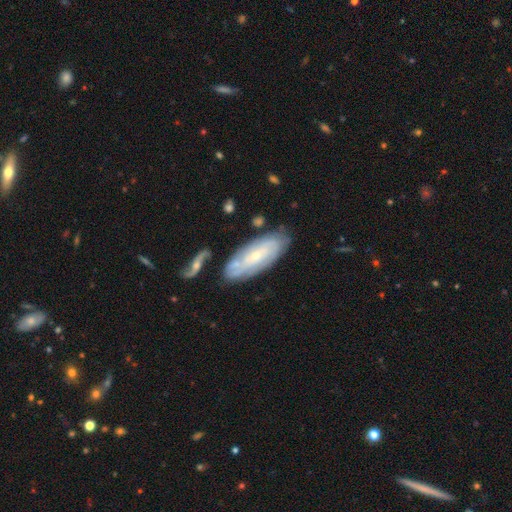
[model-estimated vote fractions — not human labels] Q: Smooth or featured?
A: featured or disk (65%); runner-up: smooth (29%)
Q: Edge-on disk?
A: no (85%); runner-up: yes (15%)
Q: Bar?
A: no (68%); runner-up: weak (24%)
Q: Spiral arms?
A: yes (77%); runner-up: no (23%)
Q: Bulge size?
A: small (75%); runner-up: moderate (21%)
Q: Merging?
A: none (72%); runner-up: minor disturbance (17%)